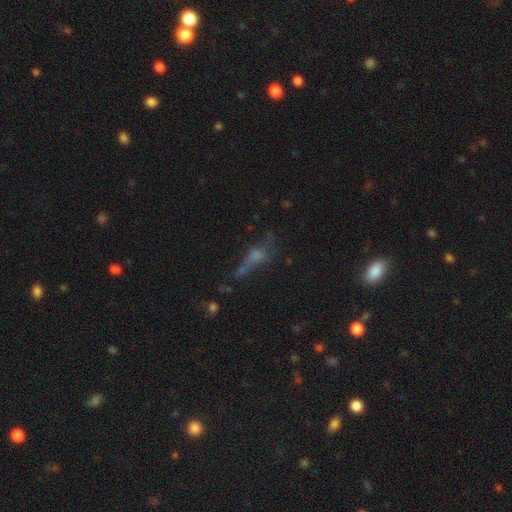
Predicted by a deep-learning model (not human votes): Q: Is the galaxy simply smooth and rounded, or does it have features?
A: smooth — 39%.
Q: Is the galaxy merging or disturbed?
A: none — 38%.